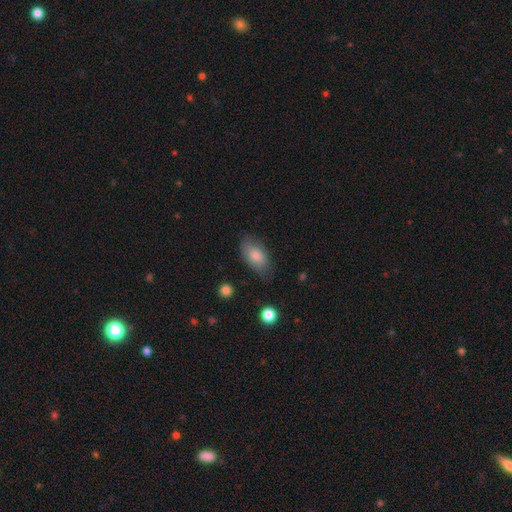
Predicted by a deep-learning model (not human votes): Overall: smooth (81%). How rounded: in between (92%). Merging: none (71%).